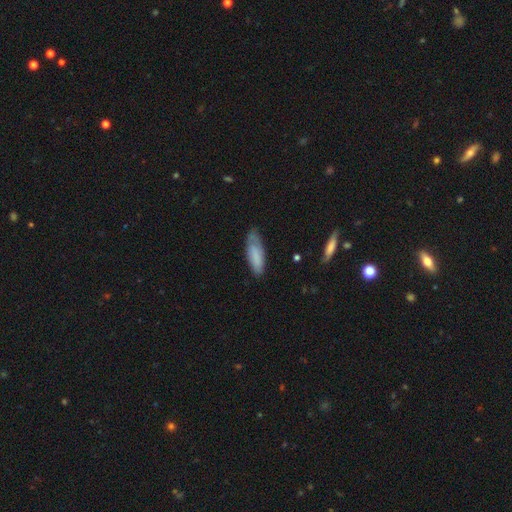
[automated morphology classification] Overall: smooth (77%). How rounded: in between (59%; cigar-shaped 39%). Merging: none (59%; minor disturbance 30%).